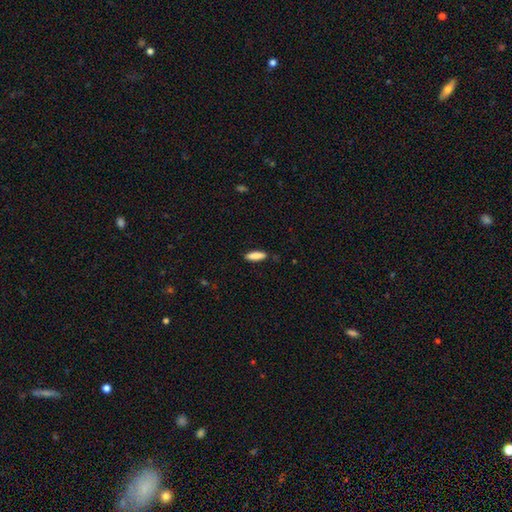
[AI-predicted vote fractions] Morphology: type=smooth (88%); roundness=cigar-shaped (54%); merging=none (85%).